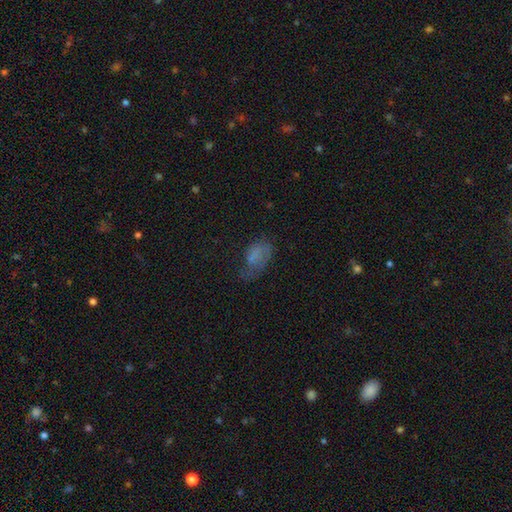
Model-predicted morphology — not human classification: A smooth galaxy with no disk features (57%) that is in between round and cigar-shaped (90%). Merging: none (37%).